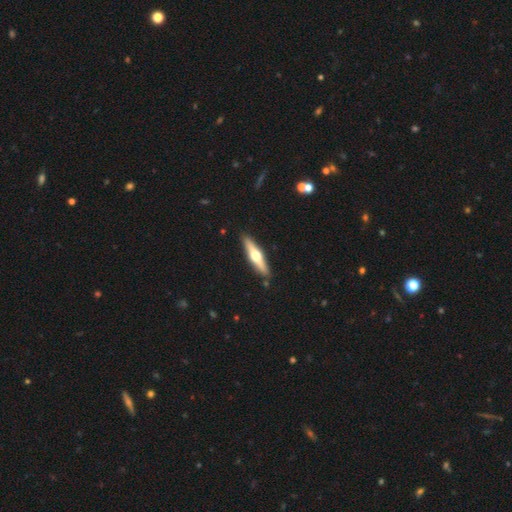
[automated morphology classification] Smooth or featured?
  - featured or disk: 58% *
  - smooth: 37%
  - star or artifact: 5%
Edge-on disk?
  - yes: 95% *
  - no: 5%
Edge-on bulge?
  - rounded: 95% *
  - none: 3%
  - boxy: 3%
Merging?
  - none: 89% *
  - minor disturbance: 7%
  - major disturbance: 2%
  - merger: 2%